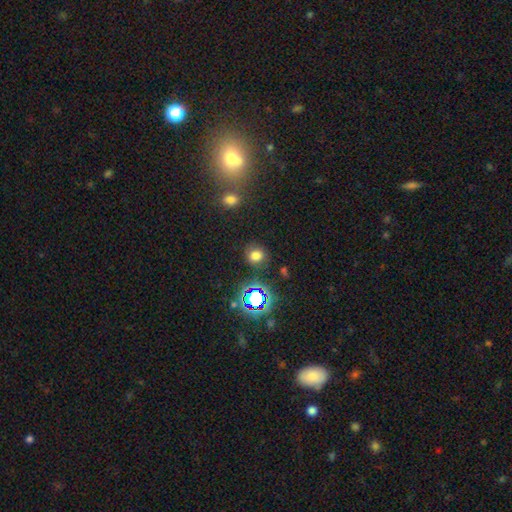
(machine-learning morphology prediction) smooth 70%, star or artifact 22%, featured or disk 7%. Down the decision tree: how rounded — round (79%); merging — none (82%).